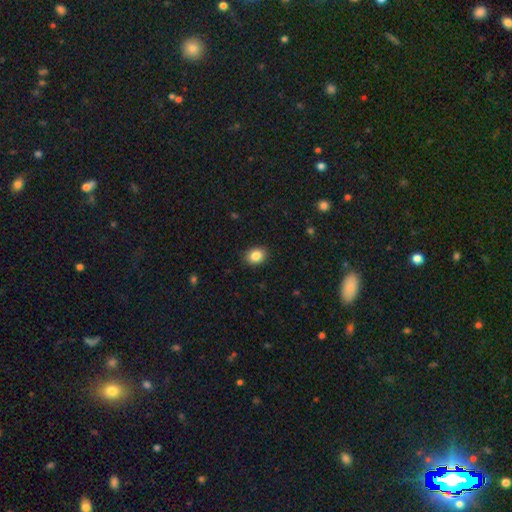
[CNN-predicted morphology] This is clearly a smooth galaxy (86%). How rounded: possibly in between (56%). Merging: clearly none (89%).